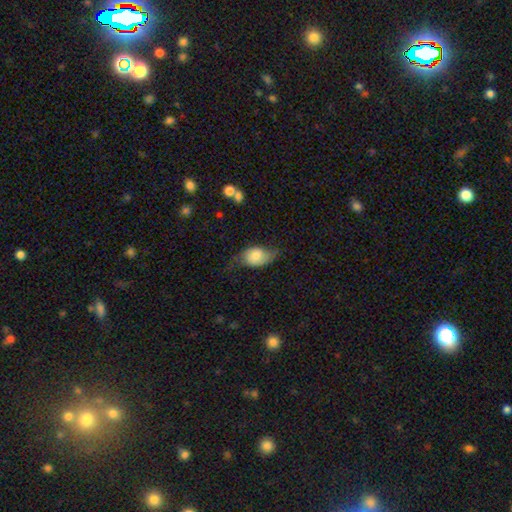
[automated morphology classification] A smooth galaxy with no disk features (61%) that is in between round and cigar-shaped (82%).

Vote fractions:
- Smooth or featured? smooth: 61% / featured or disk: 31% / star or artifact: 8%
- How rounded? in between: 82% / round: 16% / cigar-shaped: 2%
- Merging? none: 45% / minor disturbance: 36% / major disturbance: 18% / merger: 2%